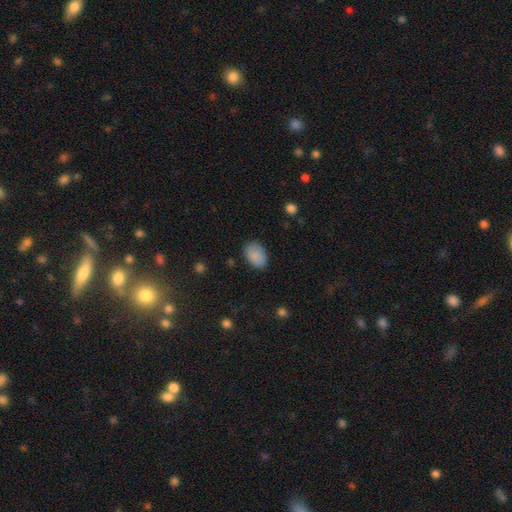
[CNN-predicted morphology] This is clearly a smooth galaxy (87%). How rounded: clearly in between (87%). Merging: clearly none (81%).